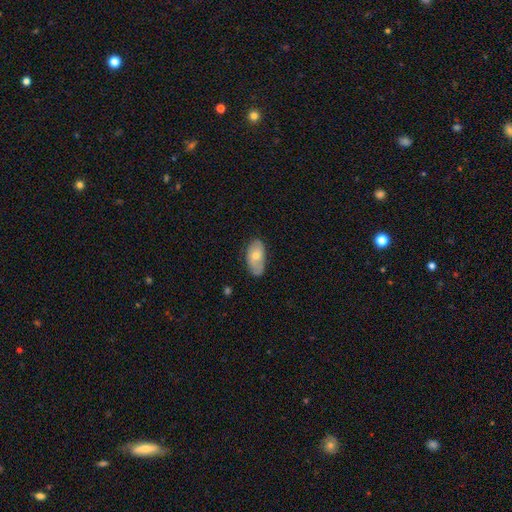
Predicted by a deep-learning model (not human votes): Smooth or featured? smooth (60%)
How rounded? in between (92%)
Merging? none (68%)